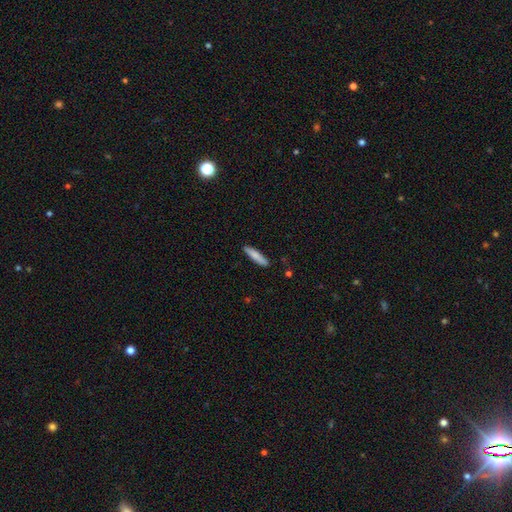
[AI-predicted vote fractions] Smooth or featured? smooth (79%)
How rounded? cigar-shaped (86%)
Merging? none (87%)